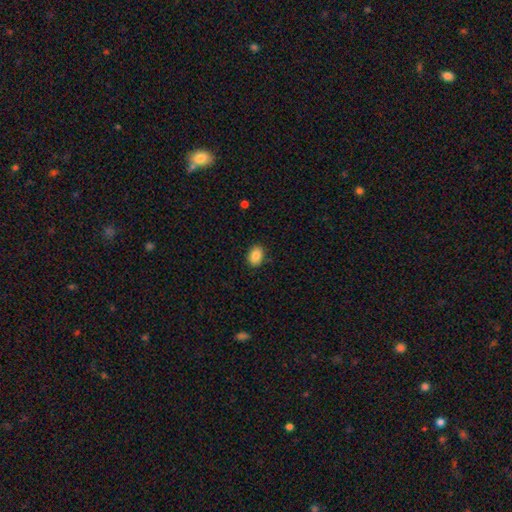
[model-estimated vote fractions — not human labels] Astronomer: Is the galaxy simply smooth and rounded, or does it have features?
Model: smooth — 86%.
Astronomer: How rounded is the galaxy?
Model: in between — 72%.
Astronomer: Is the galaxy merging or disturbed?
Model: none — 86%.